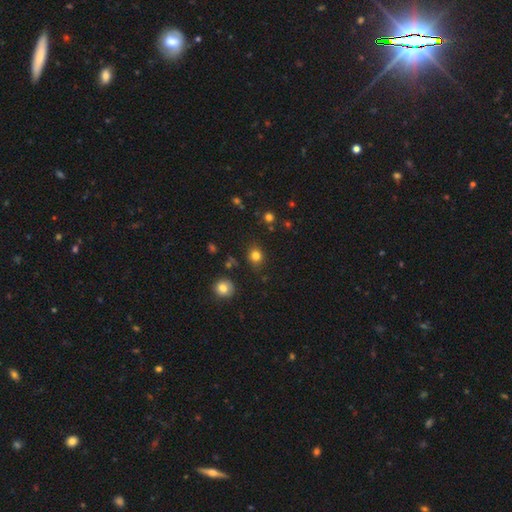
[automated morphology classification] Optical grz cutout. It shows a smooth galaxy with no disk features (81%) that is round (77%). Merging: none (84%).